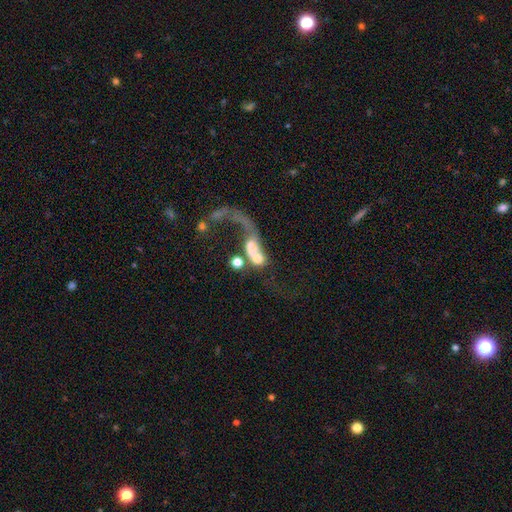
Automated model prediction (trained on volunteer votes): A smooth galaxy with no disk features (45%).

Vote fractions:
- Smooth or featured? smooth: 45% / featured or disk: 43% / star or artifact: 12%
- Merging? merger: 56% / major disturbance: 28% / none: 11% / minor disturbance: 6%